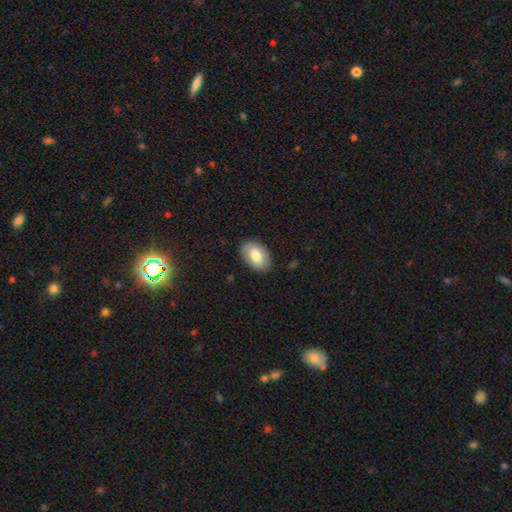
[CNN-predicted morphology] Smooth or featured?
  - smooth: 77% *
  - featured or disk: 17%
  - star or artifact: 6%
How rounded?
  - in between: 88% *
  - round: 11%
  - cigar-shaped: 1%
Merging?
  - none: 86% *
  - minor disturbance: 10%
  - major disturbance: 3%
  - merger: 1%